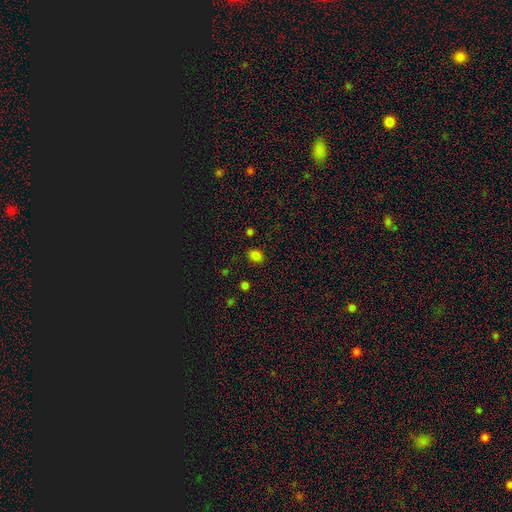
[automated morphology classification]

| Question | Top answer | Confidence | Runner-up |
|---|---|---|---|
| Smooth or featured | smooth | 80% | star or artifact (16%) |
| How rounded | round | 57% | in between (42%) |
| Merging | none | 86% | minor disturbance (10%) |